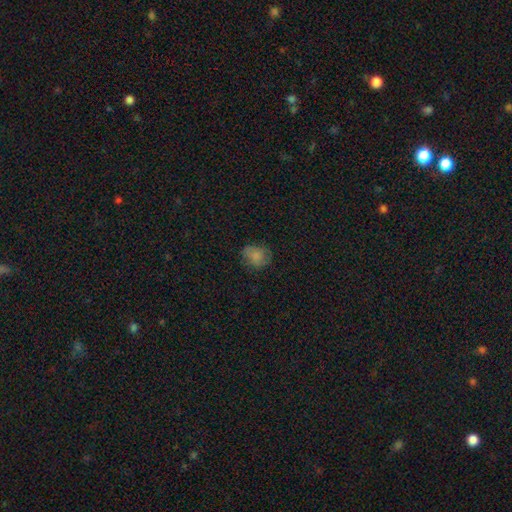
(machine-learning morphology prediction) Smooth or featured? Predicted: smooth (p=0.77). How rounded? Predicted: round (p=0.56). Merging? Predicted: none (p=0.66).